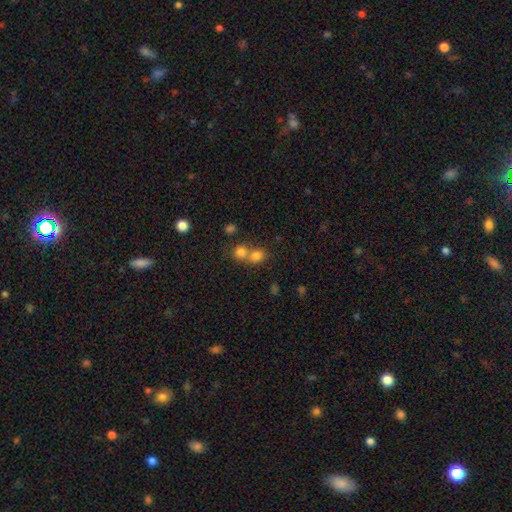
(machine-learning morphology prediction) Smooth or featured? smooth (78%)
How rounded? round (74%)
Merging? merger (51%)